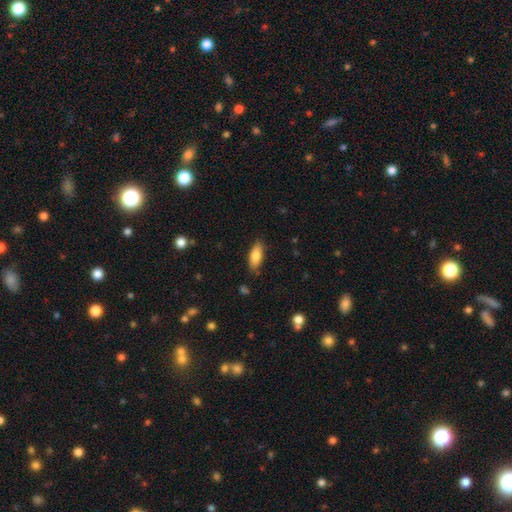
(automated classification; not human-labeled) Smooth or featured? smooth (81%)
How rounded? in between (78%)
Merging? none (83%)